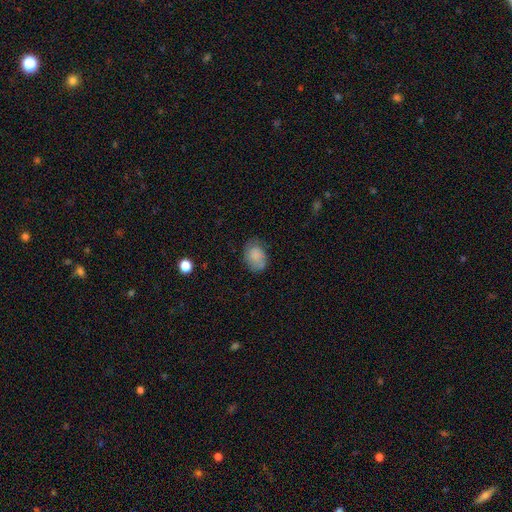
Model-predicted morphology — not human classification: Smooth or featured: smooth — 76% (featured or disk — 15%)
How rounded: in between — 69% (round — 30%)
Merging: none — 61% (minor disturbance — 26%)